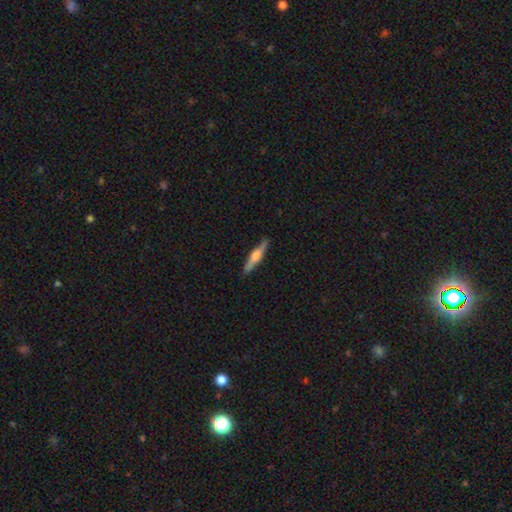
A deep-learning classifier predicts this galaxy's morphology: A featured or disk galaxy (61%) viewed edge-on (97%) with a rounded central bulge (75%). Merging: none (89%).